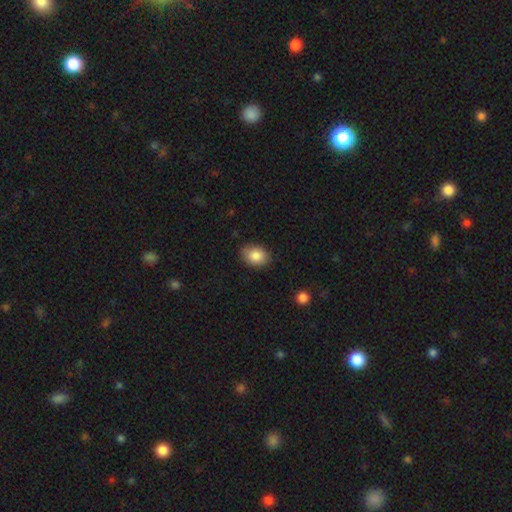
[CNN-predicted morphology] A smooth galaxy with no disk features (86%) that is in between round and cigar-shaped (68%). Merging: none (82%).